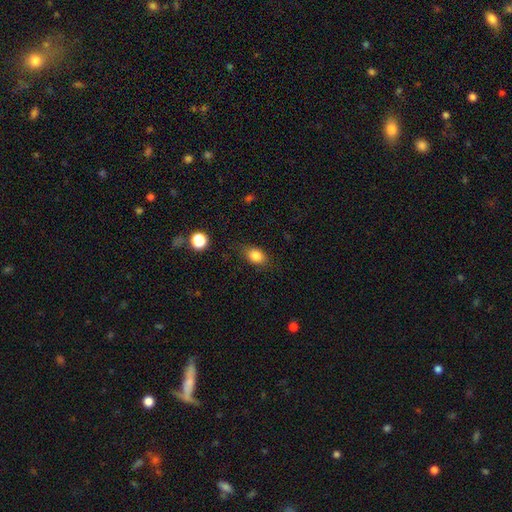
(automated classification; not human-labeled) A smooth galaxy with no disk features (83%) that is in between round and cigar-shaped (71%).

Vote fractions:
- Smooth or featured? smooth: 83% / star or artifact: 10% / featured or disk: 7%
- How rounded? in between: 71% / round: 27% / cigar-shaped: 2%
- Merging? none: 78% / minor disturbance: 16% / major disturbance: 5% / merger: 1%